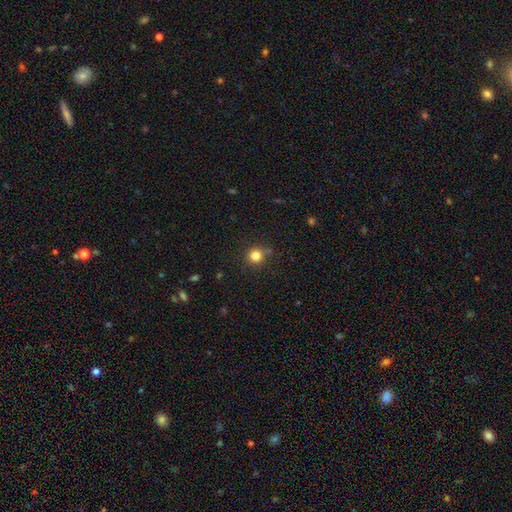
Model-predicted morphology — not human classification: smooth_or_featured: smooth (p=0.82) [alt: star or artifact p=0.13]
how_rounded: round (p=0.93) [alt: in between p=0.06]
merging: none (p=0.83) [alt: minor disturbance p=0.09]